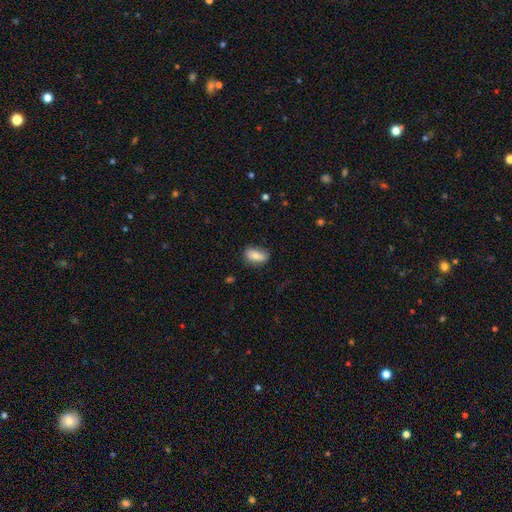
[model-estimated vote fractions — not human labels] smooth 80%, featured or disk 13%, star or artifact 7%. Down the decision tree: how rounded — in between (86%); merging — none (75%).